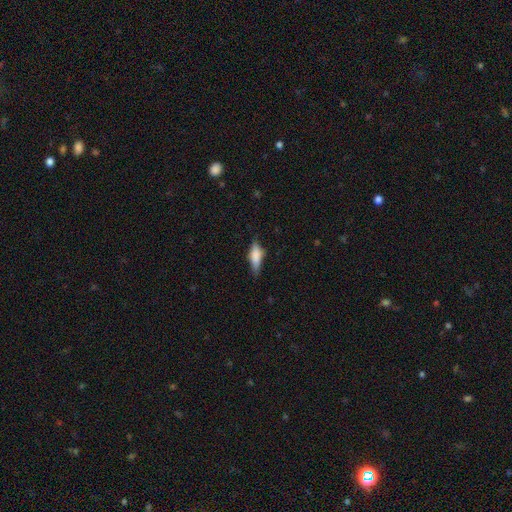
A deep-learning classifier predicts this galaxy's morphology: smooth 65%, featured or disk 27%, star or artifact 8%. Down the decision tree: how rounded — in between (57%); merging — none (71%).